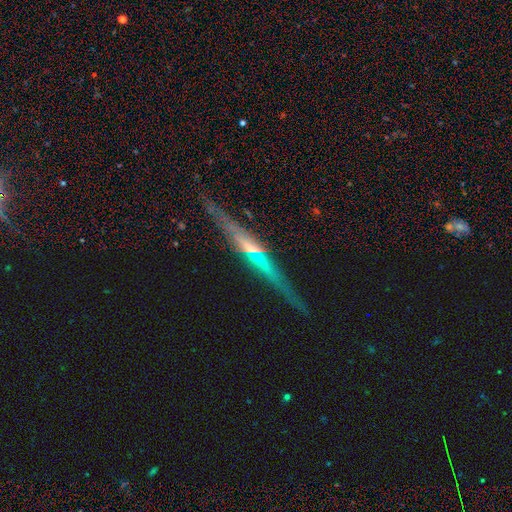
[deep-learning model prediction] Smooth or featured: featured or disk — 75% (smooth — 16%)
Edge-on disk: yes — 95% (no — 5%)
Edge-on bulge: rounded — 60% (none — 27%)
Merging: none — 82% (minor disturbance — 11%)